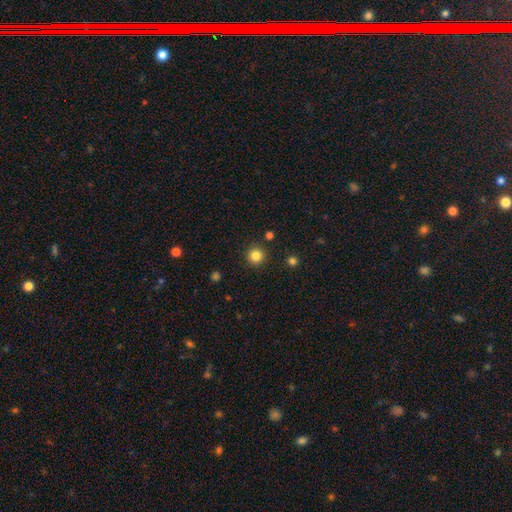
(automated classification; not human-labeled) The model was most divided on "smooth or featured": smooth: 84%, star or artifact: 12%, featured or disk: 4%. More confident: how rounded — round (95%); merging — none (91%).